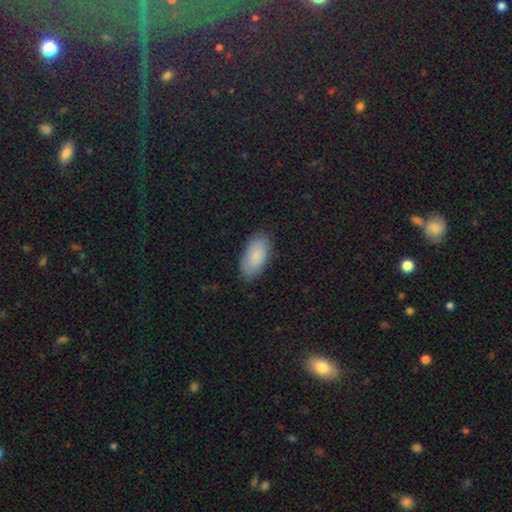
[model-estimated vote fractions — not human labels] A smooth galaxy with no disk features (85%) that is in between round and cigar-shaped (93%). Merging: none (85%).